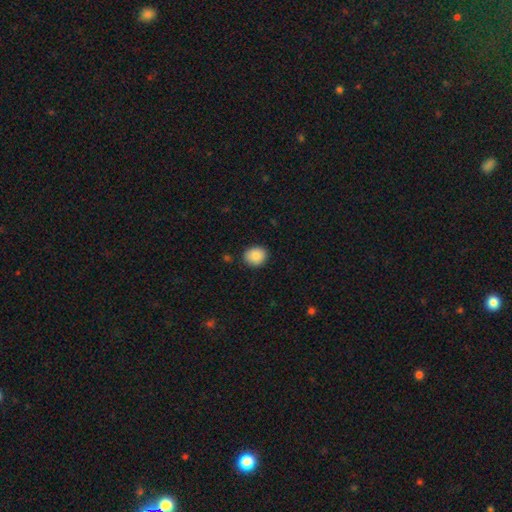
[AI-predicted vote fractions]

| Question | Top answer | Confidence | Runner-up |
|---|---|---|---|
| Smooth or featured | smooth | 88% | star or artifact (8%) |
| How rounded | round | 62% | in between (37%) |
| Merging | none | 87% | minor disturbance (10%) |